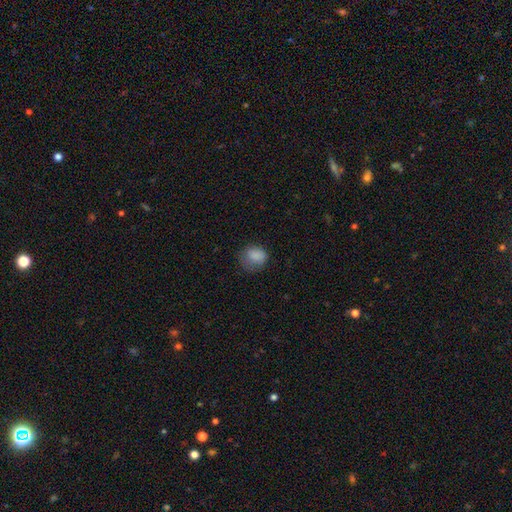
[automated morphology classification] This appears to be a smooth galaxy with no disk features (85%) that is round (62%). Merging: none (55%).